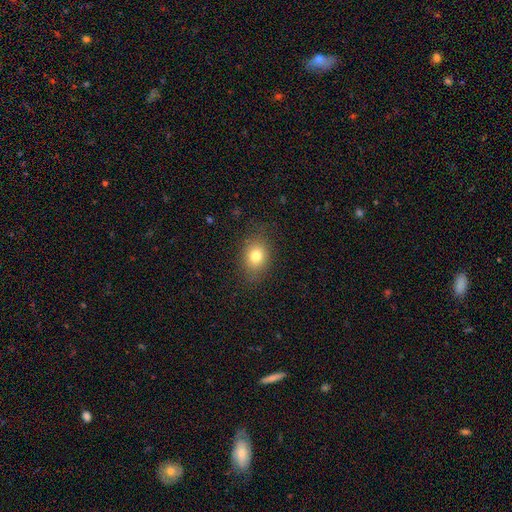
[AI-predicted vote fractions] This is likely a smooth galaxy (77%). How rounded: possibly in between (59%). Merging: clearly none (83%).